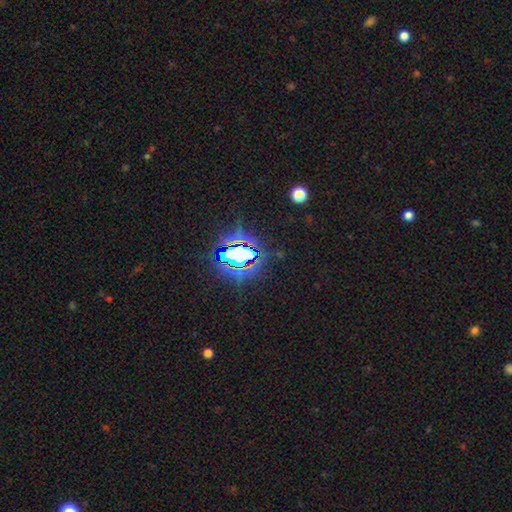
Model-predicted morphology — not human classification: The model was most divided on "smooth or featured": star or artifact: 76%, smooth: 14%, featured or disk: 11%.